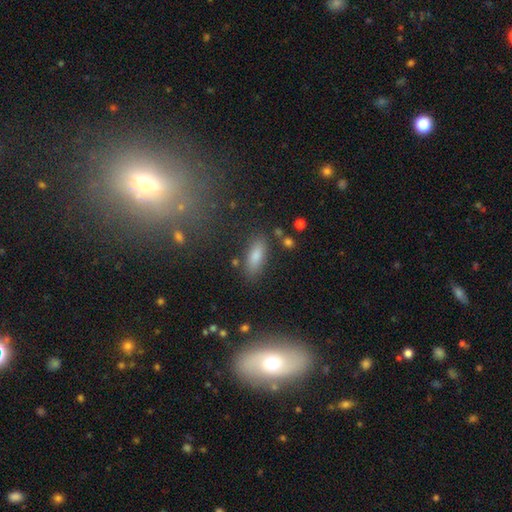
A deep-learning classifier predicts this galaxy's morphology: smooth 77%, star or artifact 12%, featured or disk 11%. Down the decision tree: how rounded — in between (67%); merging — none (84%).